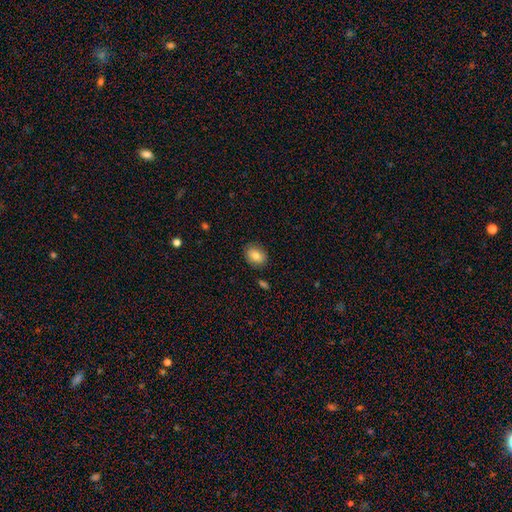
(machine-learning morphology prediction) smooth 81%, featured or disk 11%, star or artifact 8%. Down the decision tree: how rounded — in between (63%); merging — none (85%).